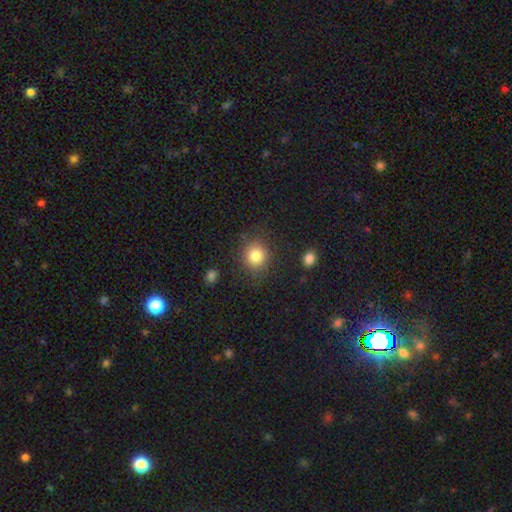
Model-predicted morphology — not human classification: This is clearly a smooth galaxy (83%). How rounded: likely round (79%). Merging: clearly none (84%).